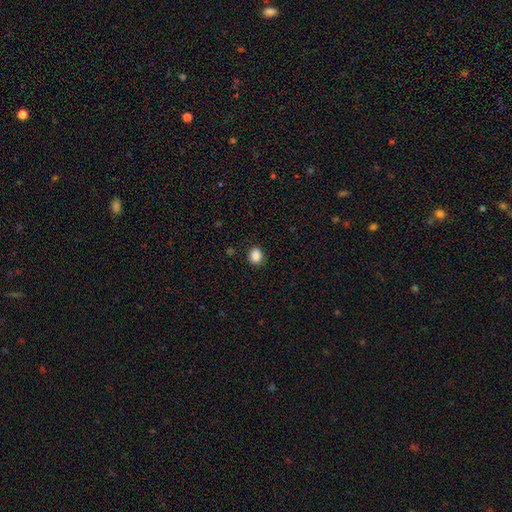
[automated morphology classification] This is clearly a smooth galaxy (87%). How rounded: possibly round (59%). Merging: clearly none (88%).